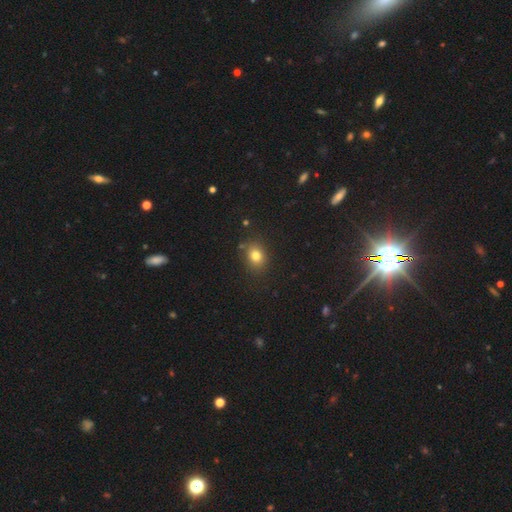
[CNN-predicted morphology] type=smooth (79%); roundness=round (55%); merging=none (83%).